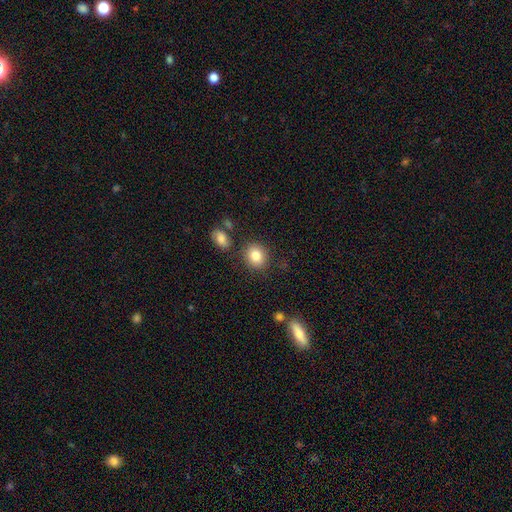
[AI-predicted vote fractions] Smooth or featured?
  - smooth: 84% *
  - star or artifact: 9%
  - featured or disk: 7%
How rounded?
  - round: 70% *
  - in between: 29%
  - cigar-shaped: 1%
Merging?
  - none: 83% *
  - minor disturbance: 9%
  - merger: 4%
  - major disturbance: 3%